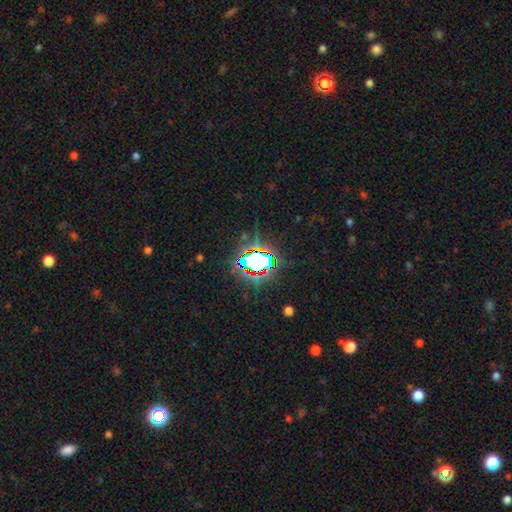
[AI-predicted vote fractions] This is likely a star or artifact rather than a galaxy (79%).